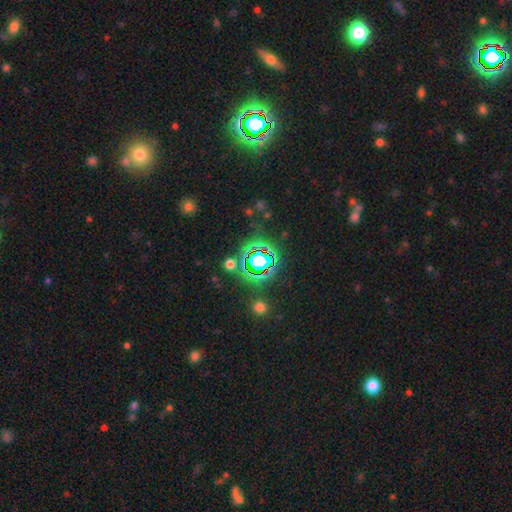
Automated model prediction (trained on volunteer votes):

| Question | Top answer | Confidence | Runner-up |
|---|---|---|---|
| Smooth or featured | star or artifact | 76% | smooth (15%) |